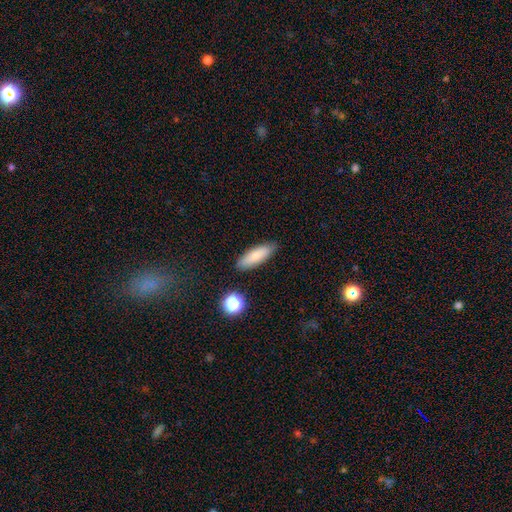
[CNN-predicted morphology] Q: Smooth or featured?
A: smooth (81%); runner-up: featured or disk (12%)
Q: How rounded?
A: in between (55%); runner-up: cigar-shaped (43%)
Q: Merging?
A: none (85%); runner-up: minor disturbance (10%)